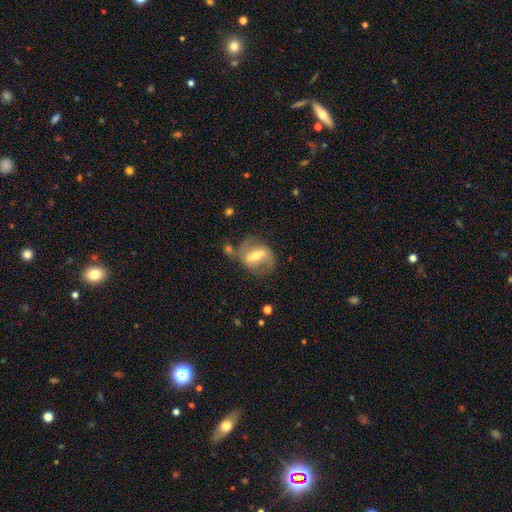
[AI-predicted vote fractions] Smooth or featured? featured or disk (74%)
Edge-on disk? no (93%)
Bar? strong (60%)
Spiral arms? yes (77%)
Spiral winding? medium (46%)
Spiral arm count? 2 (85%)
Bulge size? moderate (52%)
Merging? none (61%)